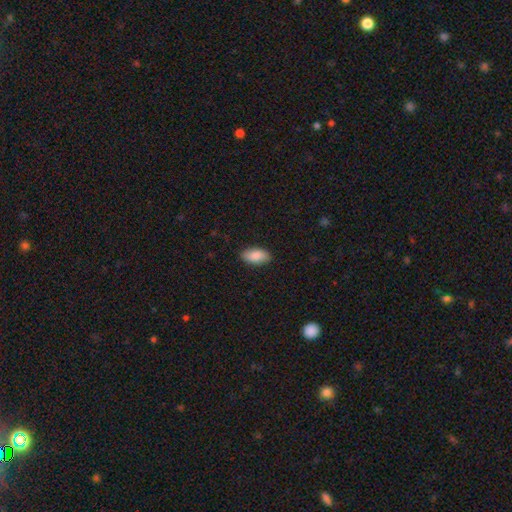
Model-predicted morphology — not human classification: type=smooth (87%); roundness=in between (93%); merging=none (88%).